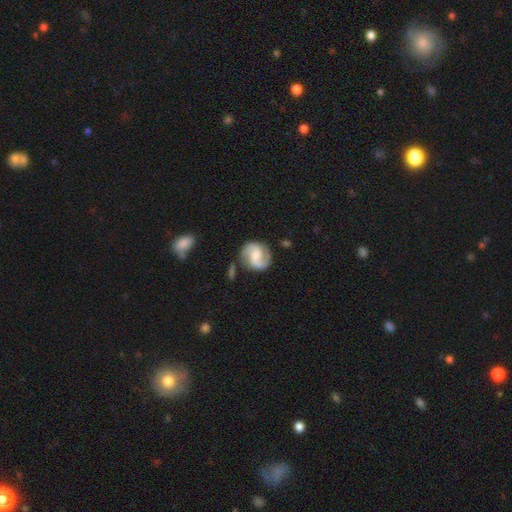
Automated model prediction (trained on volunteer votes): Q: Smooth or featured?
A: featured or disk (76%); runner-up: smooth (18%)
Q: Edge-on disk?
A: no (98%); runner-up: yes (2%)
Q: Bar?
A: no (46%); runner-up: weak (42%)
Q: Spiral arms?
A: yes (95%); runner-up: no (5%)
Q: Spiral winding?
A: medium (49%); runner-up: tight (27%)
Q: Spiral arm count?
A: 2 (90%); runner-up: can't tell (4%)
Q: Bulge size?
A: moderate (44%); runner-up: small (37%)
Q: Merging?
A: none (76%); runner-up: minor disturbance (15%)